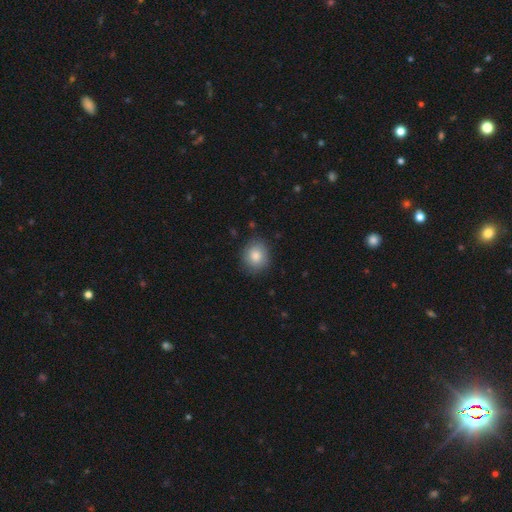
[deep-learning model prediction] smooth-or-featured: smooth: 83% | featured or disk: 10% | star or artifact: 8%
  how-rounded: round: 70% | in between: 29% | cigar-shaped: 1%
  merging: none: 83% | minor disturbance: 13% | major disturbance: 3% | merger: 1%